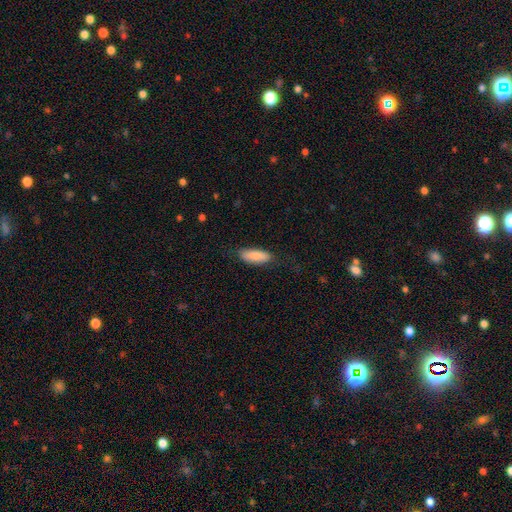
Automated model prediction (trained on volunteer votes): smooth-or-featured: smooth: 85% | featured or disk: 10% | star or artifact: 6%
  how-rounded: in between: 69% | cigar-shaped: 29% | round: 2%
  merging: none: 76% | minor disturbance: 18% | major disturbance: 5% | merger: 1%